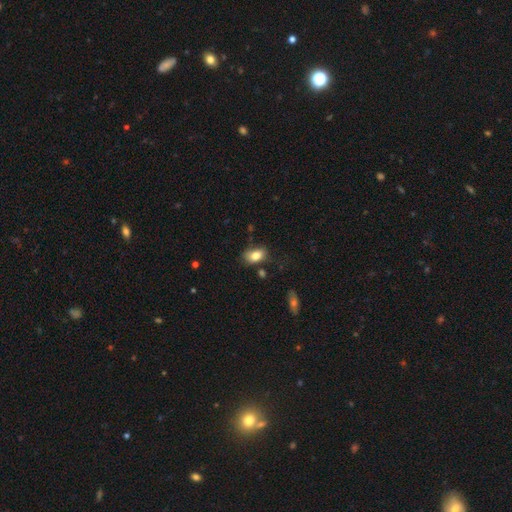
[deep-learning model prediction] Smooth or featured? smooth (81%)
How rounded? in between (86%)
Merging? none (67%)